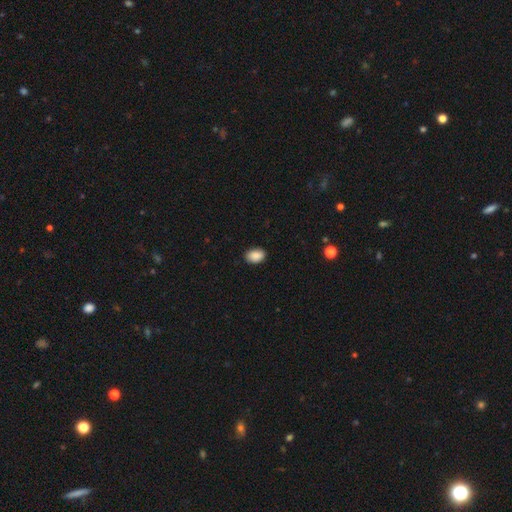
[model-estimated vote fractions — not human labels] smooth 89%, star or artifact 8%, featured or disk 3%. Down the decision tree: how rounded — in between (82%); merging — none (88%).